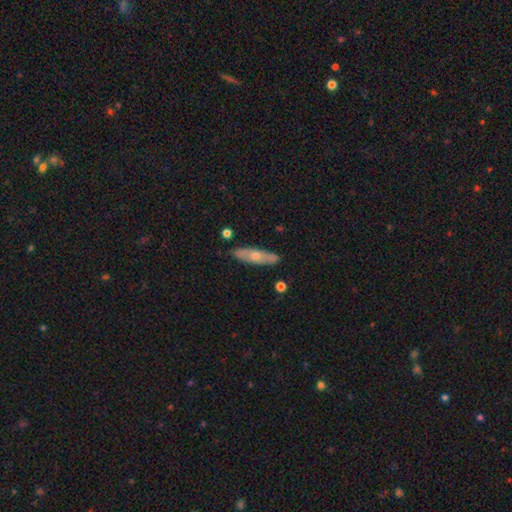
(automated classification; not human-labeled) Overall: featured or disk (49%; smooth 44%). Merging: none (86%).